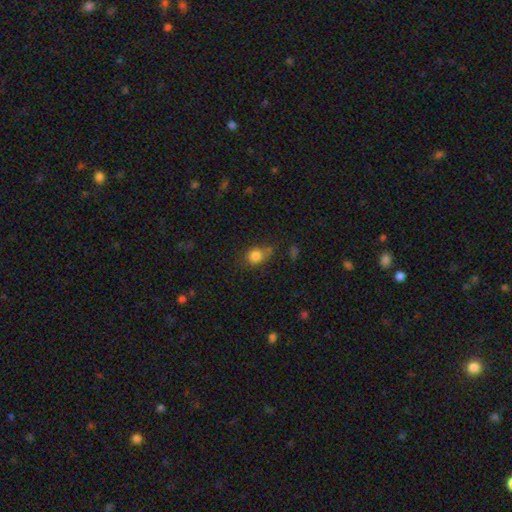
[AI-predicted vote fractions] Smooth or featured? smooth (82%)
How rounded? round (64%)
Merging? none (57%)